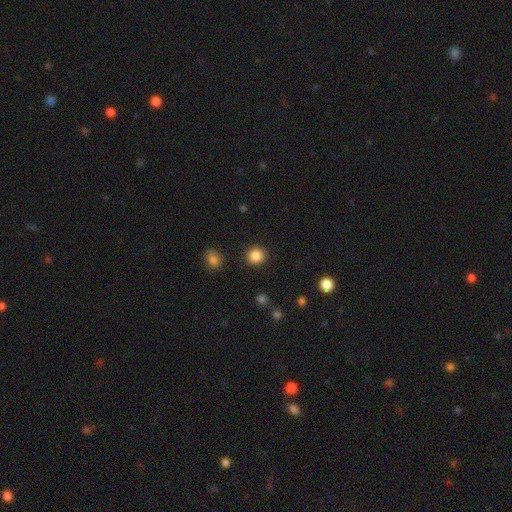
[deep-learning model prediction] This appears to be a smooth galaxy with no disk features (85%) that is round (91%). Merging: none (91%).